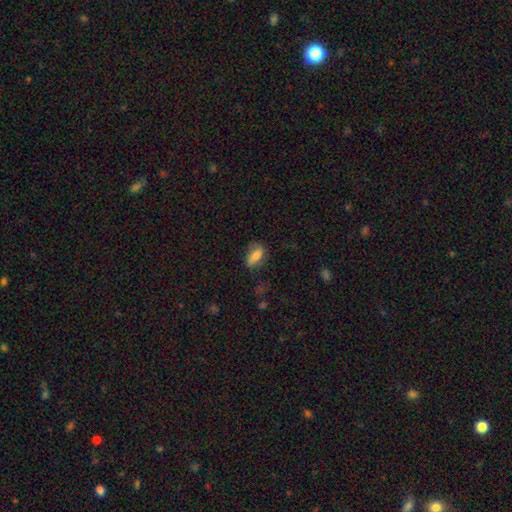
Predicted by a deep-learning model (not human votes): smooth-or-featured: smooth: 65% | featured or disk: 27% | star or artifact: 8%
  how-rounded: in between: 80% | cigar-shaped: 14% | round: 6%
  merging: none: 66% | minor disturbance: 23% | major disturbance: 9% | merger: 2%